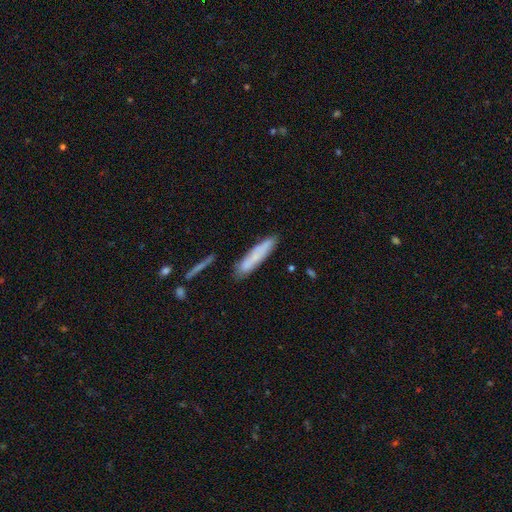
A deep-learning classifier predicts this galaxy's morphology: Smooth or featured?
  - smooth: 66% *
  - featured or disk: 26%
  - star or artifact: 8%
How rounded?
  - cigar-shaped: 87% *
  - in between: 12%
  - round: 2%
Merging?
  - none: 76% *
  - minor disturbance: 15%
  - merger: 5%
  - major disturbance: 3%